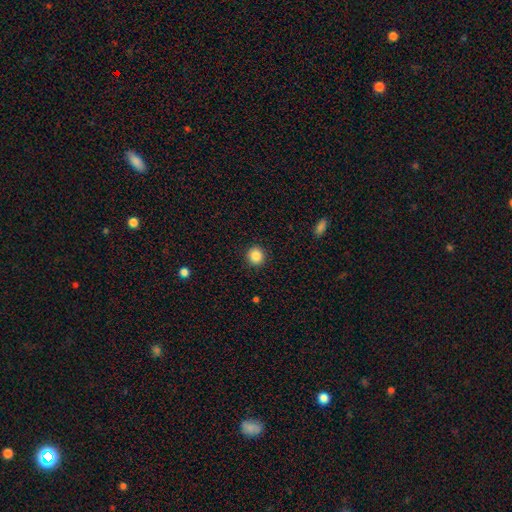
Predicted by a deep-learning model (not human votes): smooth-or-featured: smooth: 87% | star or artifact: 10% | featured or disk: 4%
  how-rounded: round: 91% | in between: 8% | cigar-shaped: 1%
  merging: none: 92% | minor disturbance: 5% | major disturbance: 2% | merger: 1%